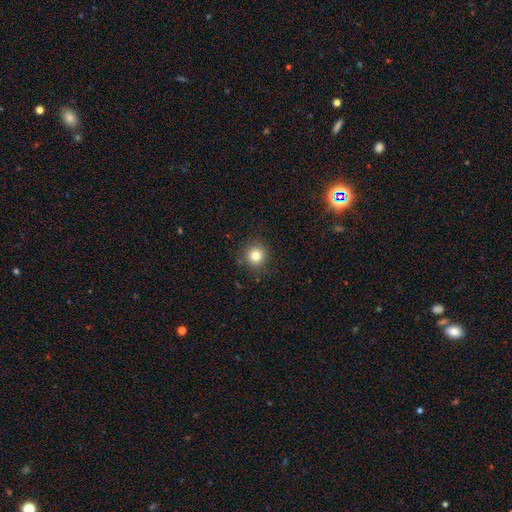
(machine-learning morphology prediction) This appears to be a smooth galaxy with no disk features (80%) that is round (93%). Merging: none (88%).